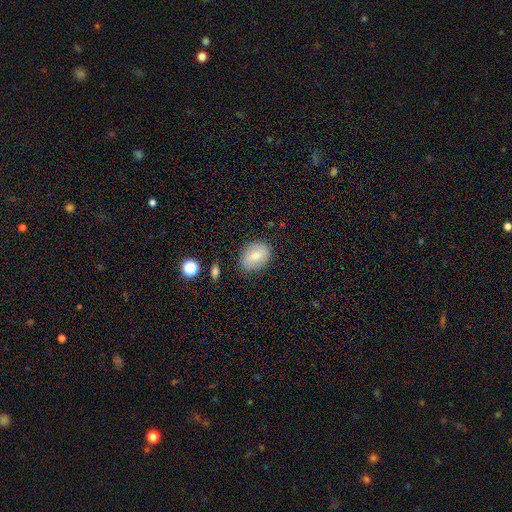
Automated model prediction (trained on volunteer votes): This is likely a smooth galaxy (71%). How rounded: likely in between (62%). Merging: clearly none (81%).